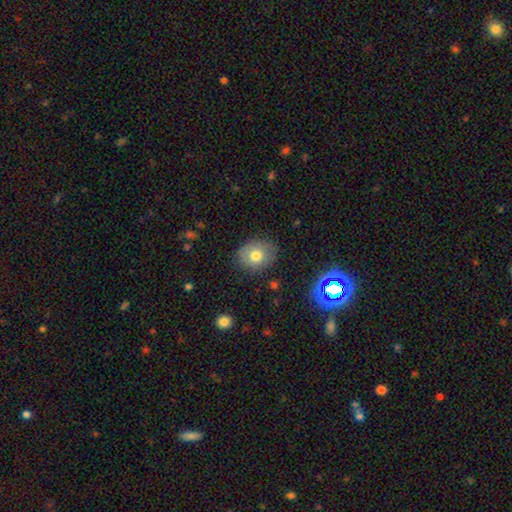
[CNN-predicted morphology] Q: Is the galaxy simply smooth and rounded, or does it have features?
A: smooth — 73%.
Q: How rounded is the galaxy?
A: round — 60%.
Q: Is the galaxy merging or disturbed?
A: none — 80%.